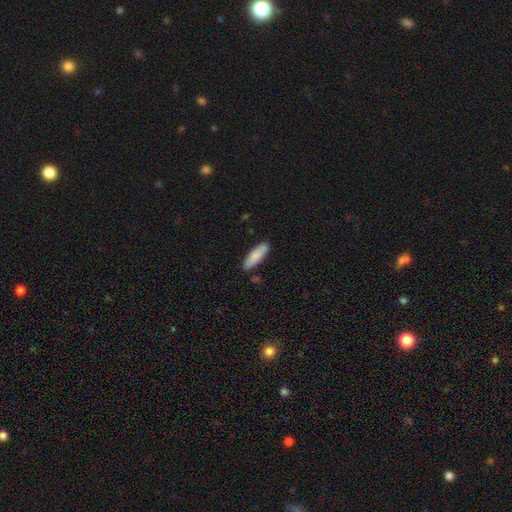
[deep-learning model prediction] A smooth galaxy with no disk features (86%) that is cigar-shaped (54%). Merging: none (85%).